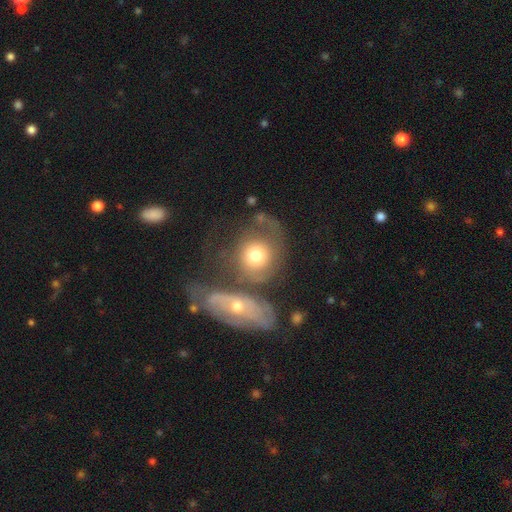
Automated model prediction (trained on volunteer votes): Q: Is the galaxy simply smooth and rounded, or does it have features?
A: smooth — 49%.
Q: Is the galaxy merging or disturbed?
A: merger — 43%.